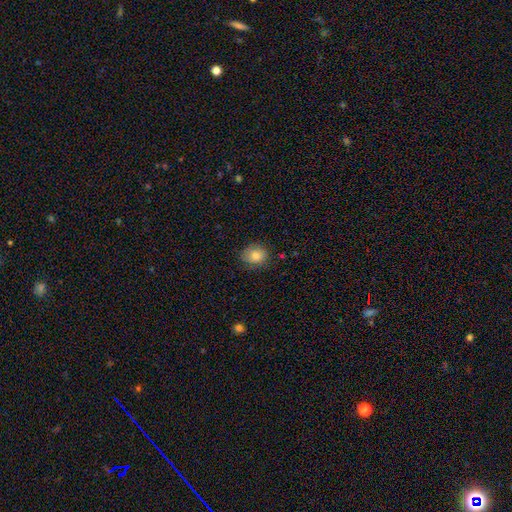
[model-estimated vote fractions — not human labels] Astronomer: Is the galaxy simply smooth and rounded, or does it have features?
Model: smooth — 81%.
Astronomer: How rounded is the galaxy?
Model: round — 63%.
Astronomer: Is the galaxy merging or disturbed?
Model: none — 80%.